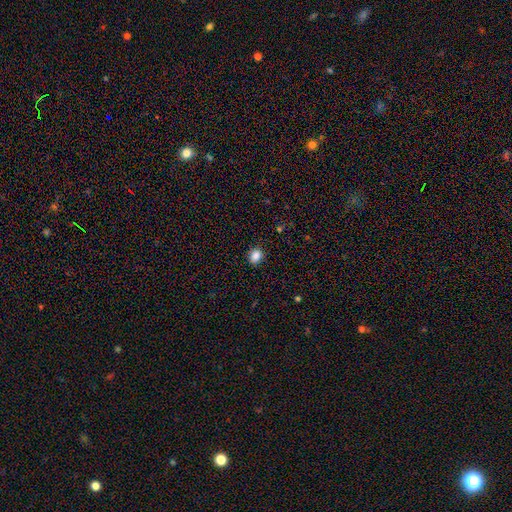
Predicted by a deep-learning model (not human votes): Smooth or featured? Predicted: smooth (p=0.86). How rounded? Predicted: round (p=0.56). Merging? Predicted: none (p=0.89).